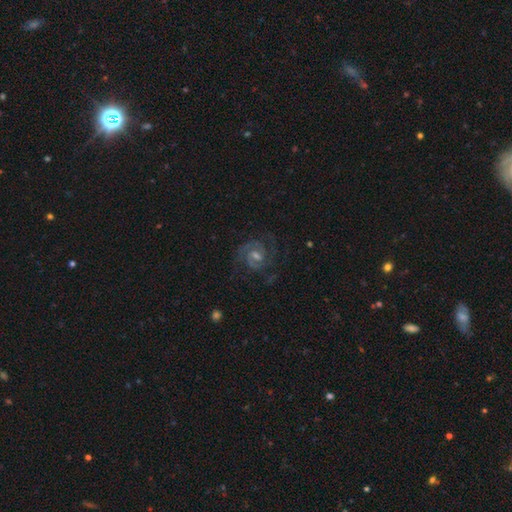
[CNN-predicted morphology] A featured or disk galaxy (84%) with a weak bar (50%), 2 (72%) tight (48%) spiral arms (97%) and a moderate central bulge (50%).

Vote fractions:
- Smooth or featured? featured or disk: 84% / star or artifact: 9% / smooth: 7%
- Edge-on disk? no: 98% / yes: 2%
- Bar? weak: 50% / no: 38% / strong: 13%
- Spiral arms? yes: 97% / no: 3%
- Spiral winding? tight: 48% / medium: 44% / loose: 8%
- Spiral arm count? 2: 72% / 3: 11% / can't tell: 9% / 1: 3% / 4: 3% / more than 4: 3%
- Bulge size? moderate: 50% / small: 39% / none: 5% / large: 5% / dominant: 1%
- Merging? none: 78% / minor disturbance: 13% / major disturbance: 7% / merger: 1%